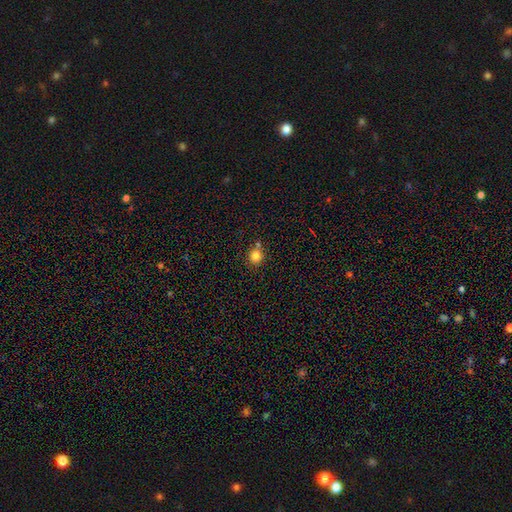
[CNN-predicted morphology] A smooth galaxy with no disk features (82%) that is round (88%).

Vote fractions:
- Smooth or featured? smooth: 82% / star or artifact: 12% / featured or disk: 6%
- How rounded? round: 88% / in between: 11% / cigar-shaped: 1%
- Merging? none: 71% / merger: 16% / minor disturbance: 10% / major disturbance: 3%